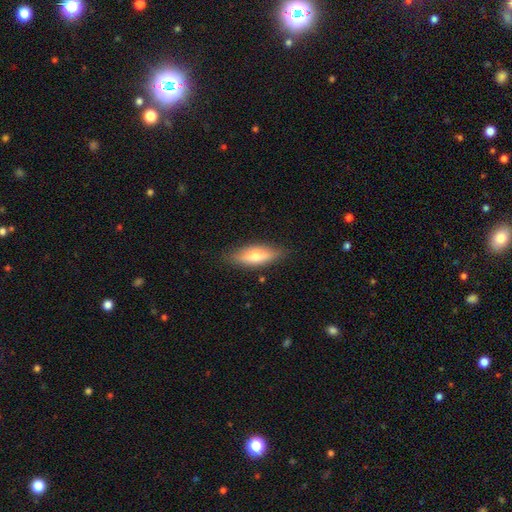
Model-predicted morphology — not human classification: type=smooth (57%); roundness=in between (53%); merging=none (85%).